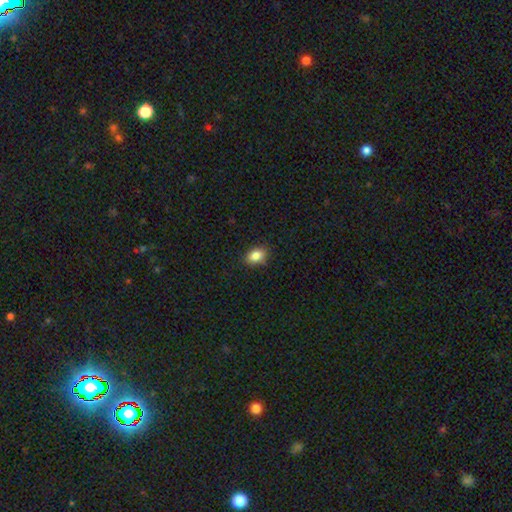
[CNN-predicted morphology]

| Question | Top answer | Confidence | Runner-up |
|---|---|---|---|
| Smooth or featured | smooth | 85% | star or artifact (9%) |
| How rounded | in between | 78% | round (21%) |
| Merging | none | 87% | minor disturbance (10%) |